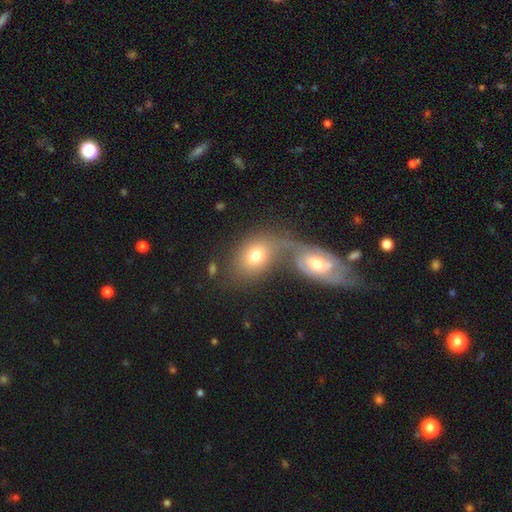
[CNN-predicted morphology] smooth_or_featured: smooth (p=0.66) [alt: featured or disk p=0.25]
how_rounded: in between (p=0.69) [alt: round p=0.29]
merging: merger (p=0.56) [alt: none p=0.28]